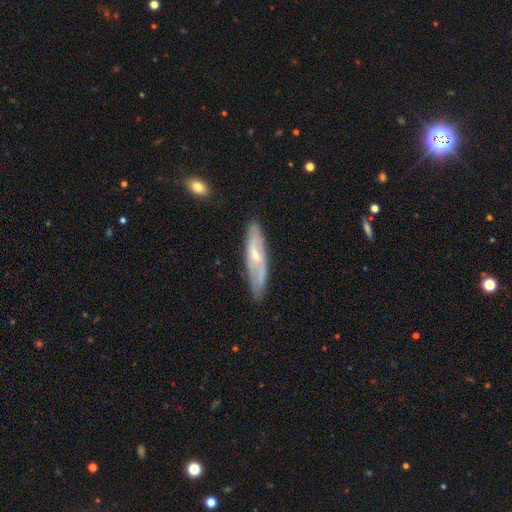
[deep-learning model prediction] smooth_or_featured: featured or disk (p=0.62) [alt: smooth p=0.32]
disk_edge_on: no (p=0.65) [alt: yes p=0.35]
merging: none (p=0.79) [alt: minor disturbance p=0.16]